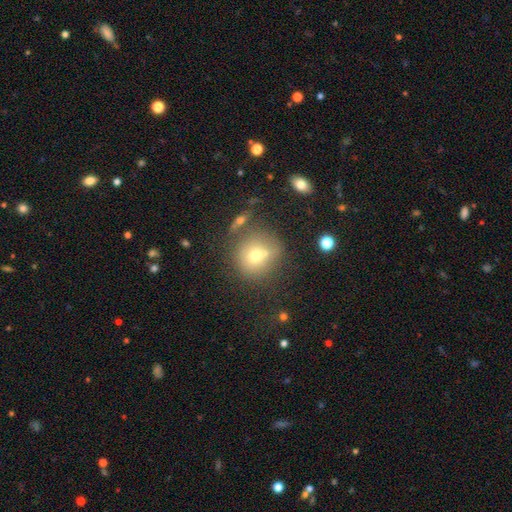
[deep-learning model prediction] smooth-or-featured: smooth: 66% | featured or disk: 18% | star or artifact: 15%
  how-rounded: round: 88% | in between: 11% | cigar-shaped: 1%
  merging: none: 59% | merger: 23% | minor disturbance: 13% | major disturbance: 6%